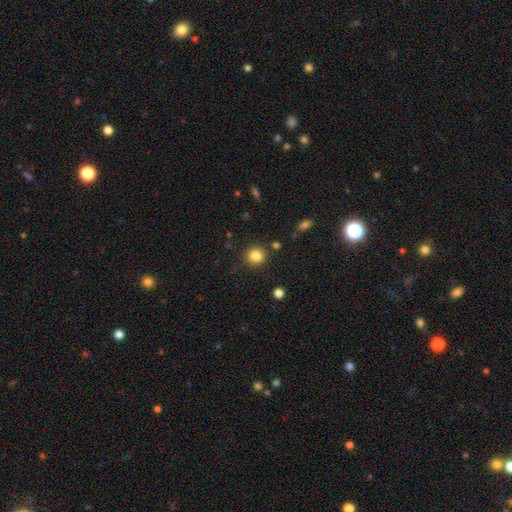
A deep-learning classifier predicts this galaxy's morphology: type=smooth (84%); roundness=round (85%); merging=none (85%).